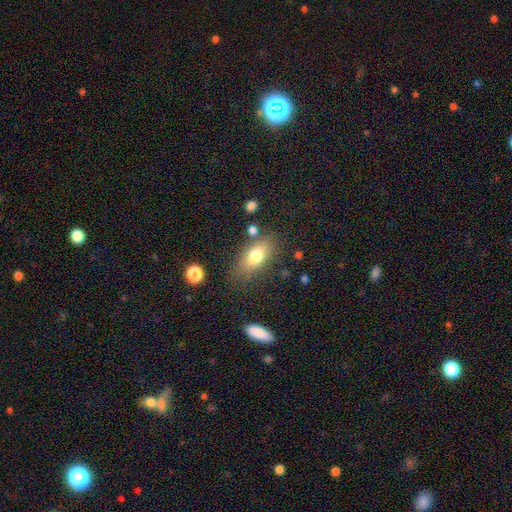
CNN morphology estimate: Smooth or featured? smooth (75%)
How rounded? in between (83%)
Merging? none (72%)